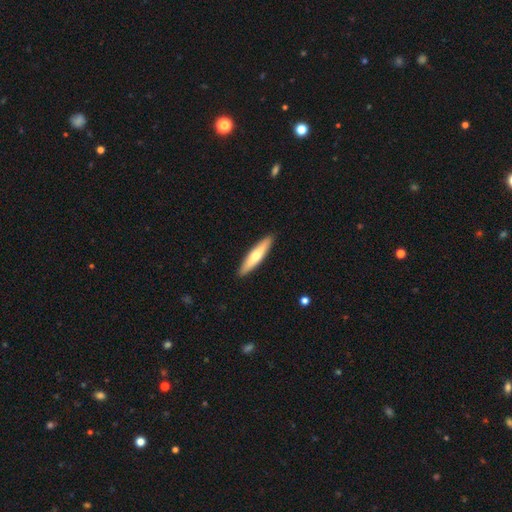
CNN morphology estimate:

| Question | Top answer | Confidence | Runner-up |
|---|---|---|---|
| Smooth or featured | smooth | 58% | featured or disk (37%) |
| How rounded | cigar-shaped | 83% | in between (15%) |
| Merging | none | 92% | minor disturbance (6%) |